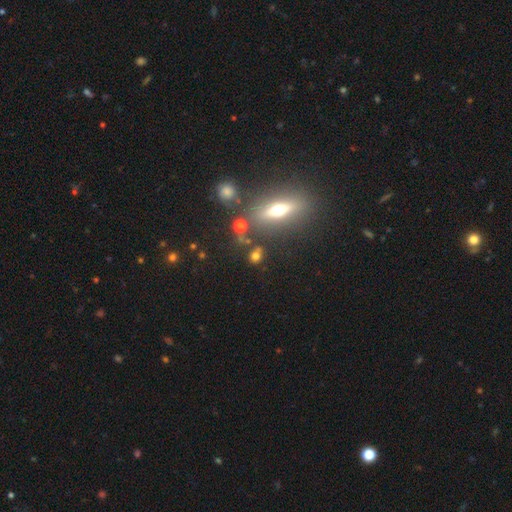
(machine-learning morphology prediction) This appears to be a smooth galaxy with no disk features (64%) that is round (61%). Merging: none (72%).